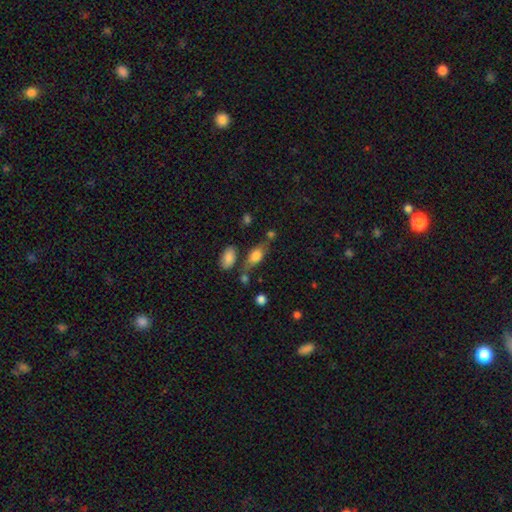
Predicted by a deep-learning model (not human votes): This appears to be a smooth galaxy with no disk features (68%) that is in between round and cigar-shaped (76%). Merging: none (60%).